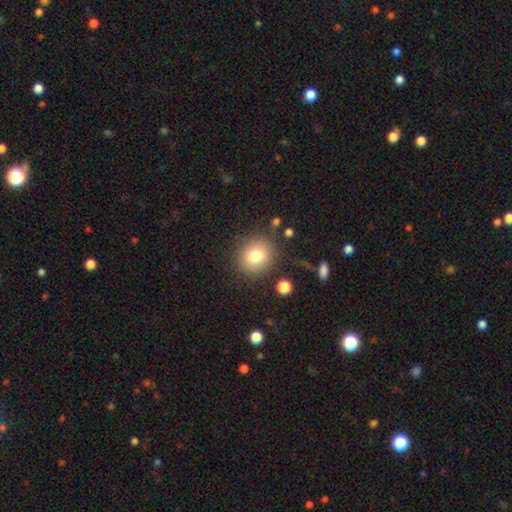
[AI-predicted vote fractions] A smooth galaxy with no disk features (78%) that is round (84%).

Vote fractions:
- Smooth or featured? smooth: 78% / star or artifact: 11% / featured or disk: 11%
- How rounded? round: 84% / in between: 15% / cigar-shaped: 1%
- Merging? none: 84% / minor disturbance: 10% / major disturbance: 4% / merger: 3%